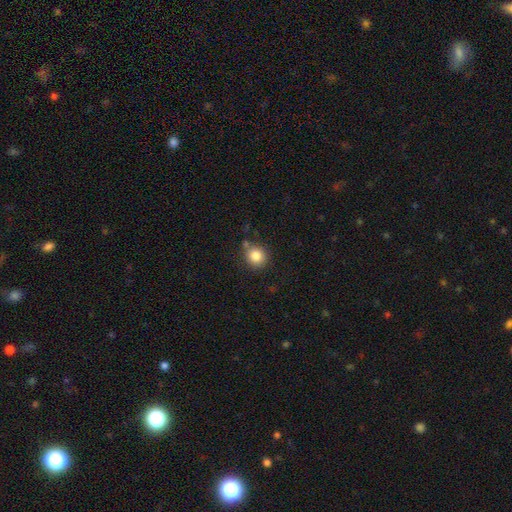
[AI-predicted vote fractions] Morphology: type=smooth (83%); roundness=round (90%); merging=none (76%).